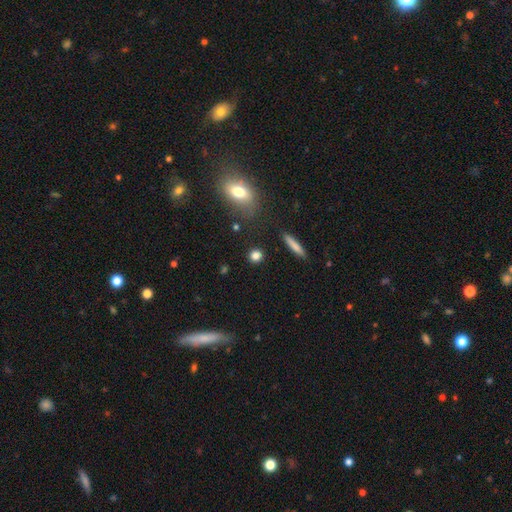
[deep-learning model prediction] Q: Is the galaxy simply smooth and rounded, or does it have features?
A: smooth — 82%.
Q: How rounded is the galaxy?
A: round — 80%.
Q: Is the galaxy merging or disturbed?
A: none — 86%.